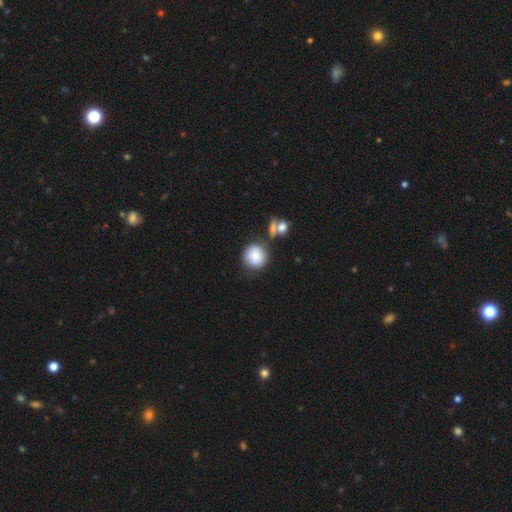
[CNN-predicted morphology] The model was most divided on "merging": none: 63%, minor disturbance: 16%, merger: 16%, major disturbance: 5%. More confident: how rounded — round (88%); smooth or featured — smooth (81%).